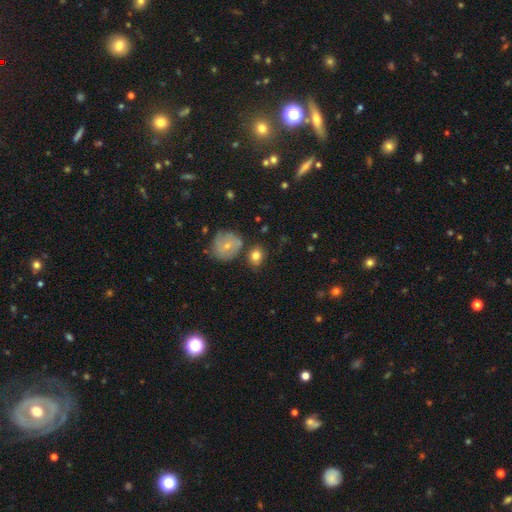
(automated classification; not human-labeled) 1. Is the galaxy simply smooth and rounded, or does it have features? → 79% smooth, 12% featured or disk, 9% star or artifact.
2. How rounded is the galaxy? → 54% round, 45% in between, 1% cigar-shaped.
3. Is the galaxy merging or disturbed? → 70% none, 14% minor disturbance, 11% merger, 4% major disturbance.